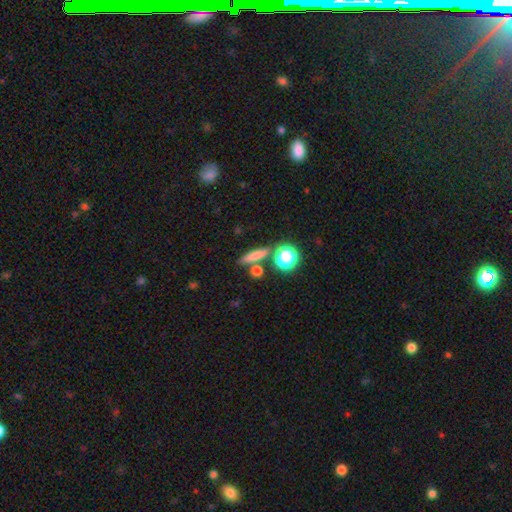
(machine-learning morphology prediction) smooth_or_featured: smooth (p=0.74) [alt: star or artifact p=0.13]
how_rounded: cigar-shaped (p=0.57) [alt: round p=0.22]
merging: none (p=0.75) [alt: merger p=0.12]